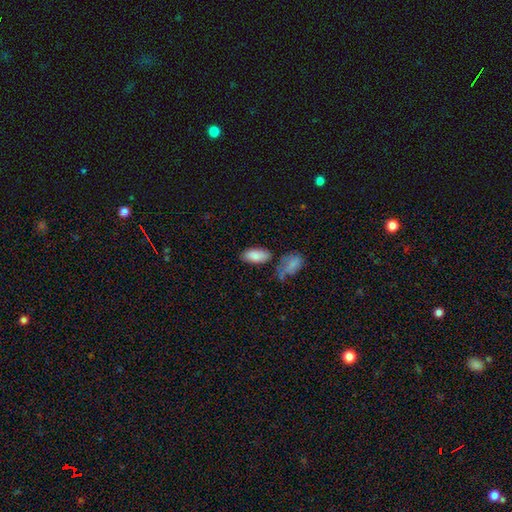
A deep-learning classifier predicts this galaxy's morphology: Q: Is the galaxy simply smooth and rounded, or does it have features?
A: smooth — 84%.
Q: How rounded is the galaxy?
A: in between — 94%.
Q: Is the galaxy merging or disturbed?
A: none — 66%.